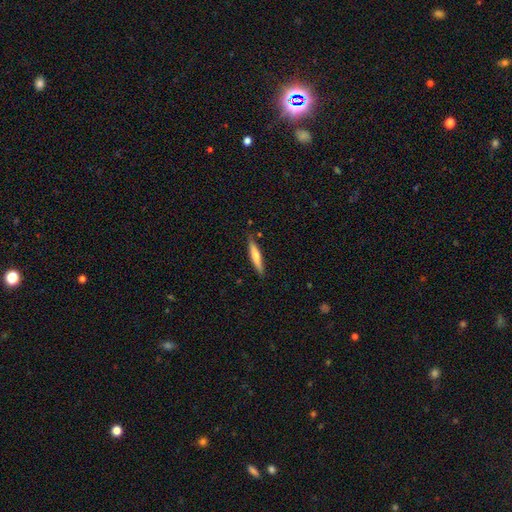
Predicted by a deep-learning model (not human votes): smooth-or-featured: smooth: 63% | featured or disk: 32% | star or artifact: 5%
  how-rounded: cigar-shaped: 90% | in between: 9% | round: 1%
  merging: none: 86% | minor disturbance: 11% | major disturbance: 2% | merger: 2%